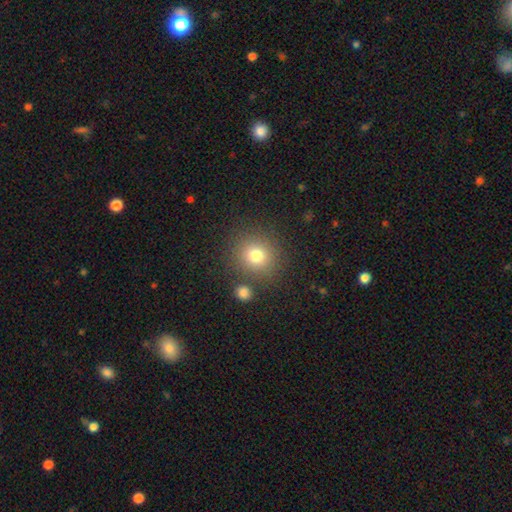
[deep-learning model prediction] Morphology: type=smooth (77%); roundness=round (89%); merging=none (82%).